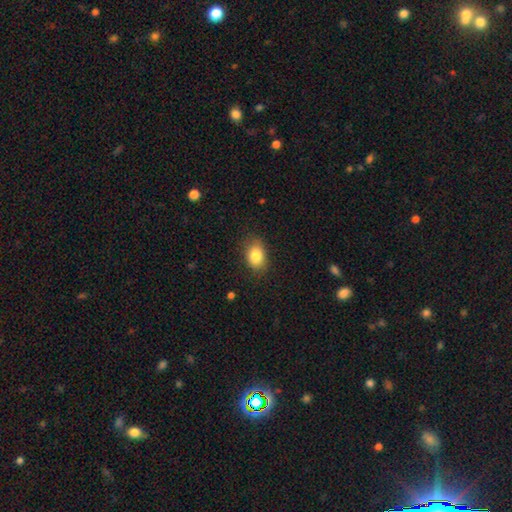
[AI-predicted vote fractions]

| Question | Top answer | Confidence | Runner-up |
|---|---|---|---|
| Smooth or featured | smooth | 83% | star or artifact (9%) |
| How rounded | in between | 75% | round (24%) |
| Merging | none | 81% | minor disturbance (14%) |